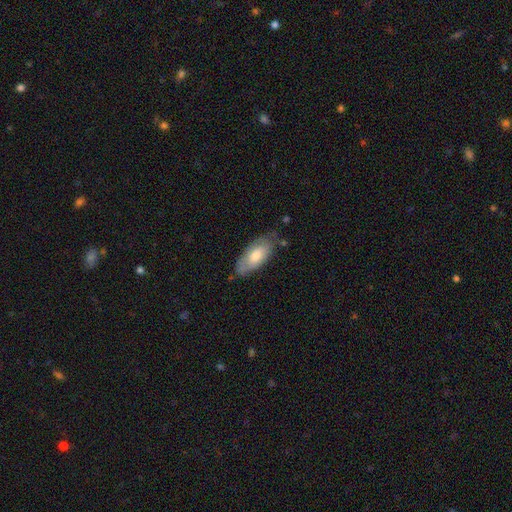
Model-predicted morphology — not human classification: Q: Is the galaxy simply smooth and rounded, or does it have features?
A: smooth — 65%.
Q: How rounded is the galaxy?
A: in between — 86%.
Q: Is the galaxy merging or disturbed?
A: none — 68%.